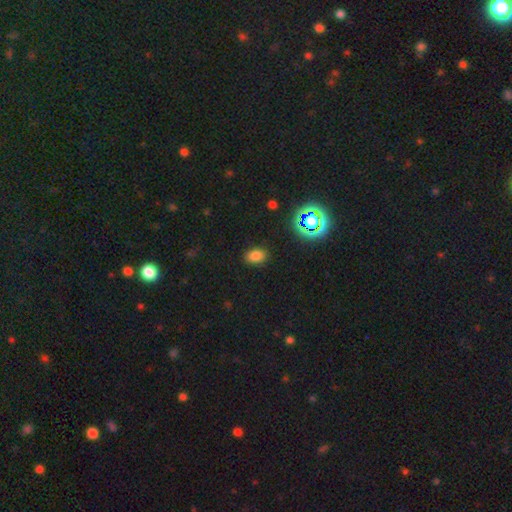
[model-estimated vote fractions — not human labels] The model was most divided on "smooth or featured": smooth: 76%, star or artifact: 18%, featured or disk: 6%. More confident: merging — none (87%); how rounded — in between (82%).